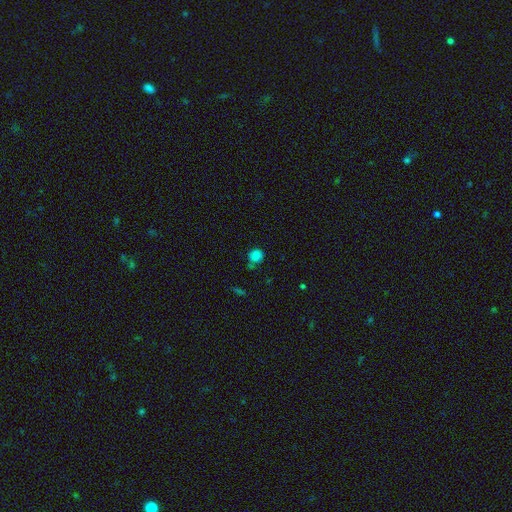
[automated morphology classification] Smooth or featured?
  - smooth: 80% *
  - star or artifact: 14%
  - featured or disk: 5%
How rounded?
  - round: 87% *
  - in between: 12%
  - cigar-shaped: 1%
Merging?
  - none: 68% *
  - minor disturbance: 17%
  - merger: 11%
  - major disturbance: 5%